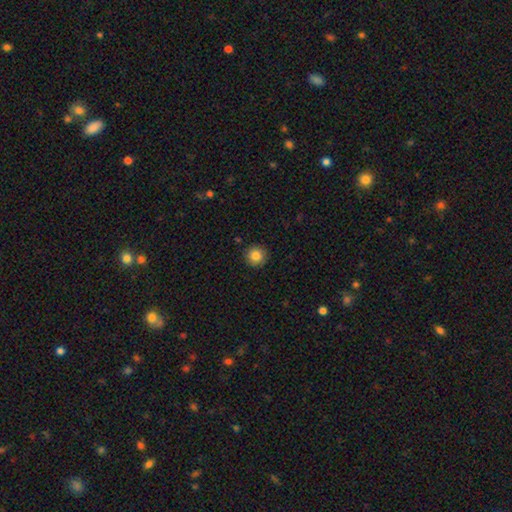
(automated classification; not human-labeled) A smooth galaxy with no disk features (85%) that is round (95%).

Vote fractions:
- Smooth or featured? smooth: 85% / star or artifact: 9% / featured or disk: 6%
- How rounded? round: 95% / in between: 4% / cigar-shaped: 1%
- Merging? none: 90% / minor disturbance: 7% / major disturbance: 2% / merger: 1%